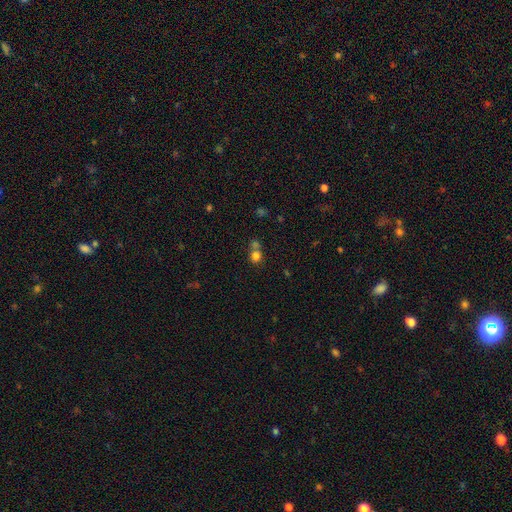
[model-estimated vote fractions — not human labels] smooth_or_featured: smooth (p=0.78) [alt: star or artifact p=0.14]
how_rounded: round (p=0.81) [alt: in between p=0.18]
merging: none (p=0.49) [alt: merger p=0.40]